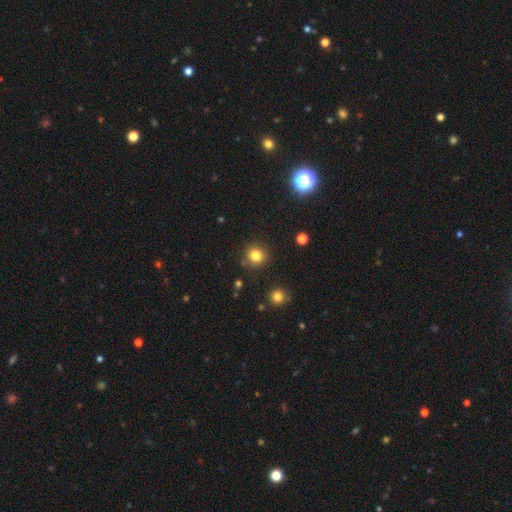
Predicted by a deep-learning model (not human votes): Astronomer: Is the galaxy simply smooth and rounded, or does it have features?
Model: smooth — 81%.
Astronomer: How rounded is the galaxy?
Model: round — 91%.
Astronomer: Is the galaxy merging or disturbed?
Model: none — 86%.